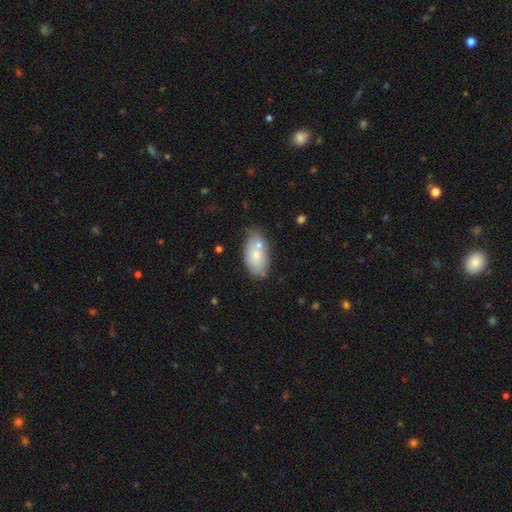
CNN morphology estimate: smooth-or-featured: smooth: 70% | featured or disk: 24% | star or artifact: 7%
  how-rounded: in between: 93% | round: 5% | cigar-shaped: 2%
  merging: none: 51% | merger: 24% | minor disturbance: 20% | major disturbance: 5%